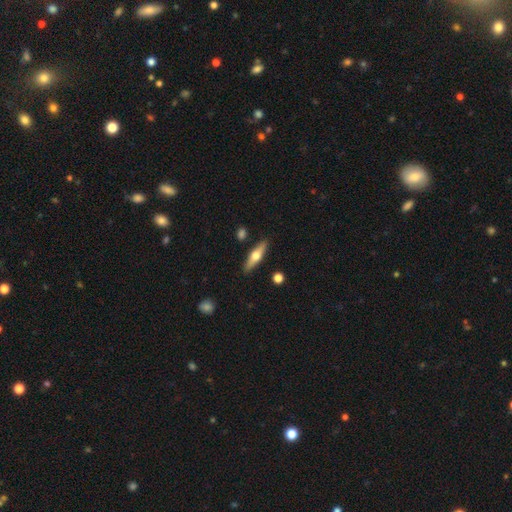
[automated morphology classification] Smooth or featured?
  - featured or disk: 51% *
  - smooth: 44%
  - star or artifact: 5%
Edge-on disk?
  - yes: 92% *
  - no: 8%
Merging?
  - none: 89% *
  - minor disturbance: 7%
  - merger: 2%
  - major disturbance: 2%